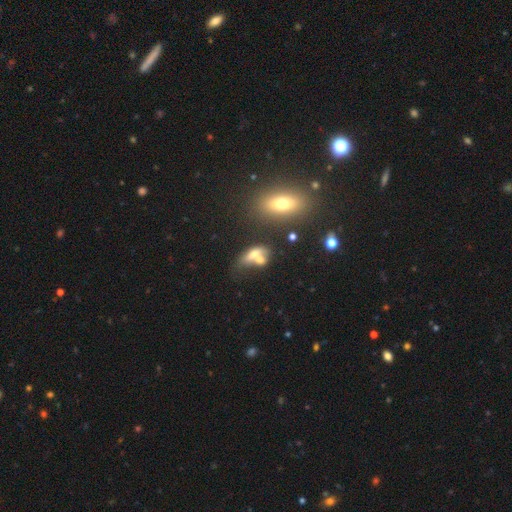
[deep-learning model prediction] Morphology: type=smooth (58%); roundness=in between (72%); merging=merger (55%).